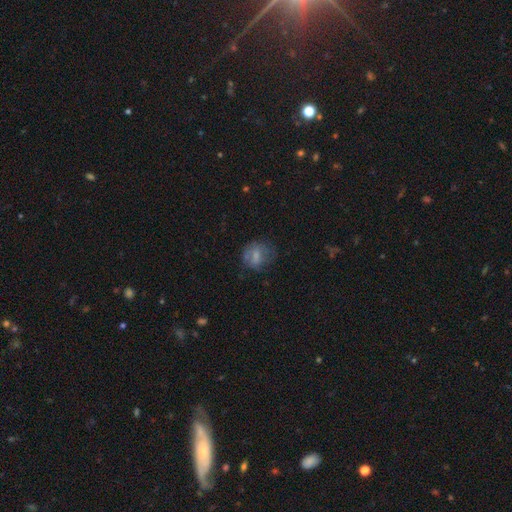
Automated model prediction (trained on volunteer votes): A smooth galaxy with no disk features (59%) that is round (62%).

Vote fractions:
- Smooth or featured? smooth: 59% / featured or disk: 31% / star or artifact: 10%
- How rounded? round: 62% / in between: 37% / cigar-shaped: 2%
- Merging? none: 55% / minor disturbance: 25% / major disturbance: 17% / merger: 2%